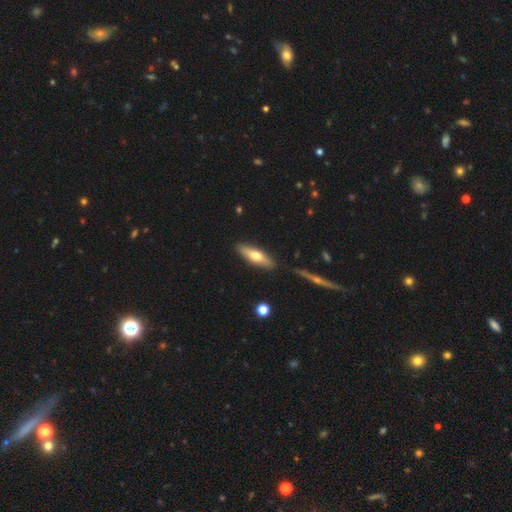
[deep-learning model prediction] This is possibly a smooth galaxy (55%). How rounded: possibly cigar-shaped (55%). Merging: clearly none (86%).